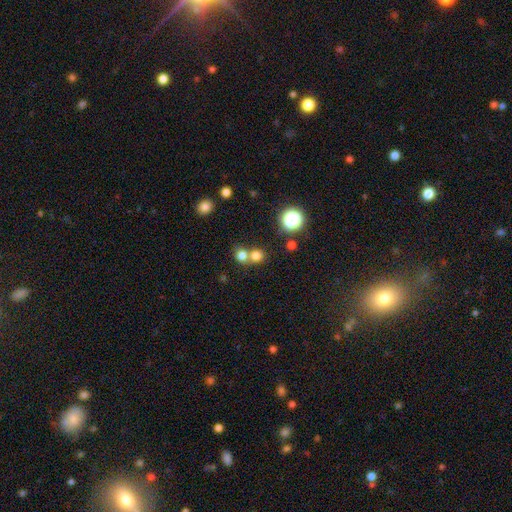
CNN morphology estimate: A smooth galaxy with no disk features (75%) that is round (83%). Merging: merger (46%, tied with none).